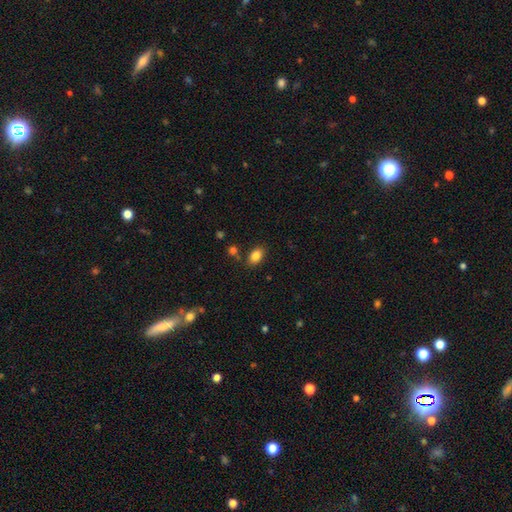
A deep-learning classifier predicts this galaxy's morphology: Smooth or featured? Predicted: smooth (p=0.84). How rounded? Predicted: in between (p=0.86). Merging? Predicted: none (p=0.78).